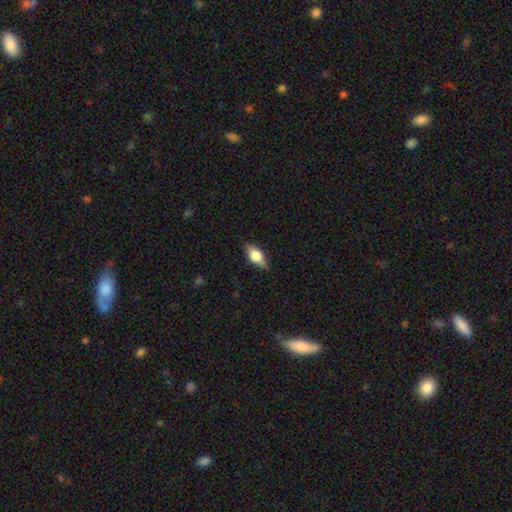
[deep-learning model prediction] The model was most divided on "smooth or featured": smooth: 52%, featured or disk: 41%, star or artifact: 7%. More confident: merging — none (84%); how rounded — in between (75%).